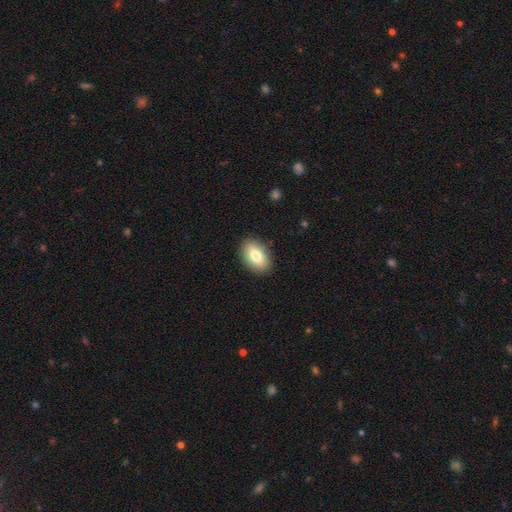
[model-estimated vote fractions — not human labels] A smooth galaxy with no disk features (77%) that is in between round and cigar-shaped (89%). Merging: none (89%).